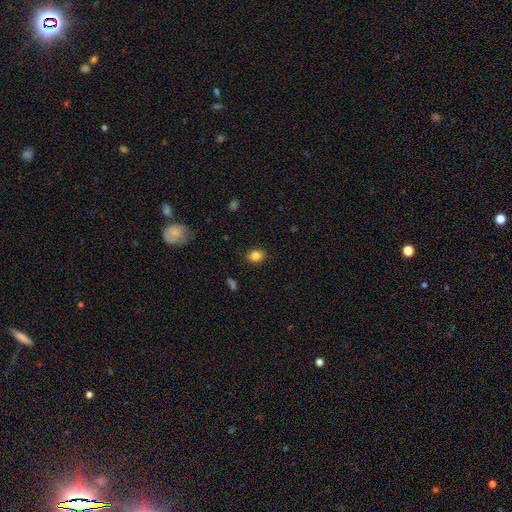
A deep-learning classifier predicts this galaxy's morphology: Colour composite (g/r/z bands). It shows a smooth galaxy with no disk features (84%) that is in between round and cigar-shaped (55%). Merging: none (86%).